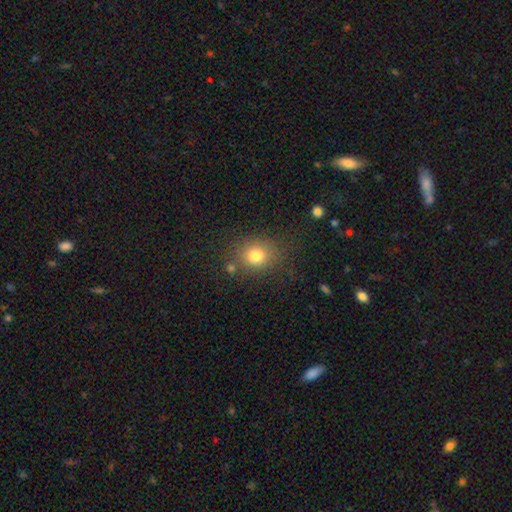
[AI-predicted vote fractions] This appears to be a smooth galaxy with no disk features (79%) that is round (68%). Merging: none (76%).